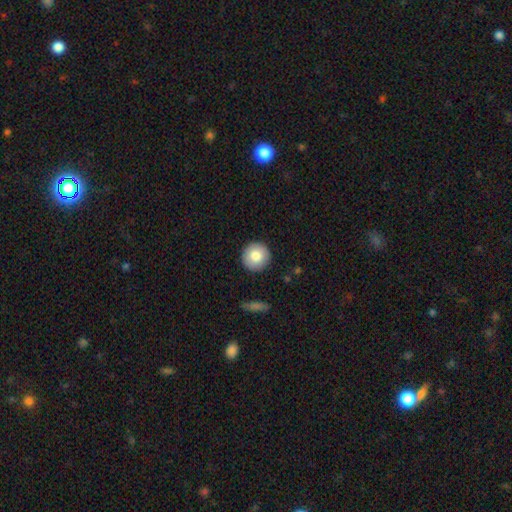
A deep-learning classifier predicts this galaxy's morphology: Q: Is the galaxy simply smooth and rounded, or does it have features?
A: smooth — 82%.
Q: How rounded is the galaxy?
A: round — 95%.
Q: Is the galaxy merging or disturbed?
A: none — 91%.